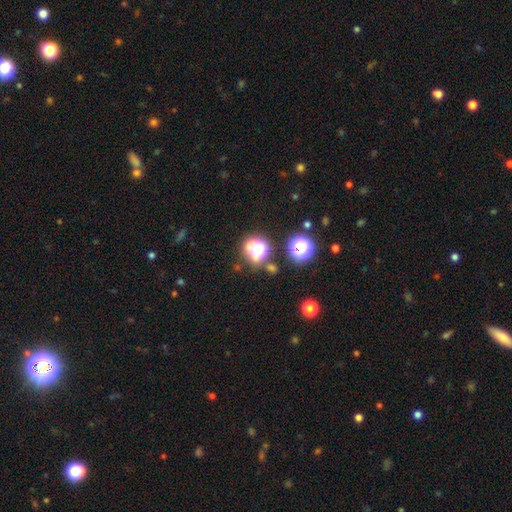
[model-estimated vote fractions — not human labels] This is possibly a star or artifact rather than a galaxy (48%).